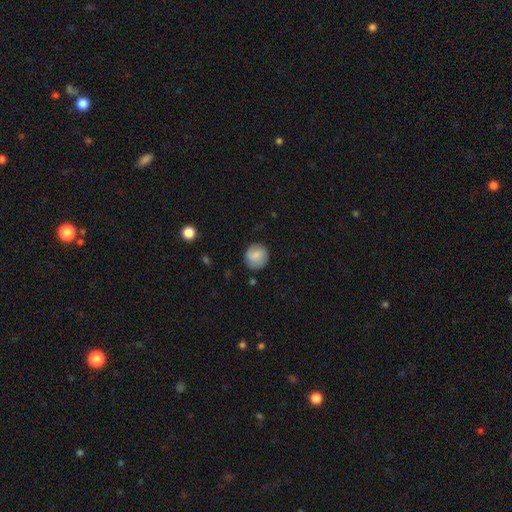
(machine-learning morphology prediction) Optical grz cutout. It shows a smooth galaxy with no disk features (74%) that is round (90%). Merging: none (79%).